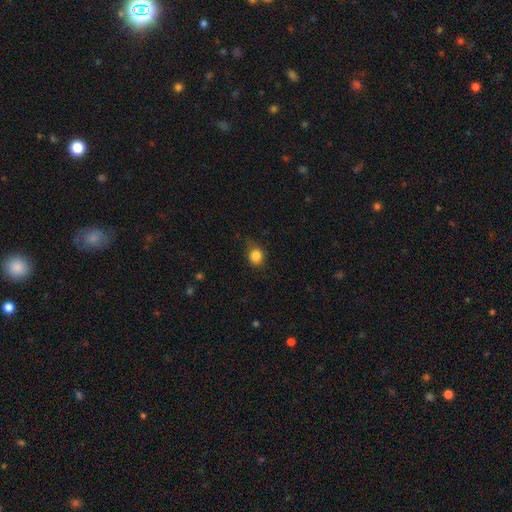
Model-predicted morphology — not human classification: Smooth or featured? Predicted: smooth (p=0.84). How rounded? Predicted: round (p=0.71). Merging? Predicted: none (p=0.65).